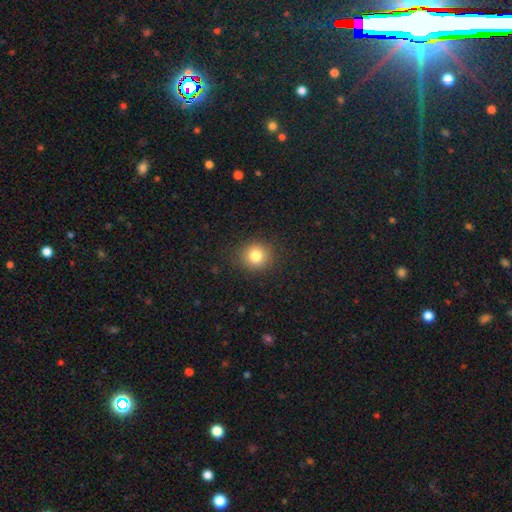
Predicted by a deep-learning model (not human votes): smooth-or-featured: smooth: 81% | star or artifact: 12% | featured or disk: 7%
  how-rounded: round: 90% | in between: 9% | cigar-shaped: 1%
  merging: none: 89% | minor disturbance: 7% | major disturbance: 3% | merger: 1%